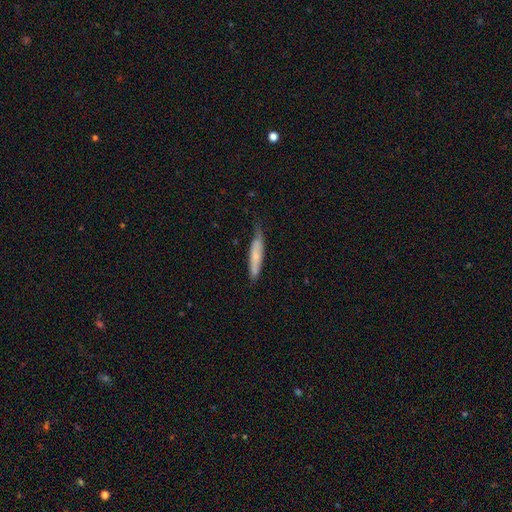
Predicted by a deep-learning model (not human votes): A smooth galaxy with no disk features (62%) that is cigar-shaped (86%).

Vote fractions:
- Smooth or featured? smooth: 62% / featured or disk: 32% / star or artifact: 6%
- How rounded? cigar-shaped: 86% / in between: 13% / round: 1%
- Merging? none: 62% / minor disturbance: 30% / major disturbance: 6% / merger: 2%